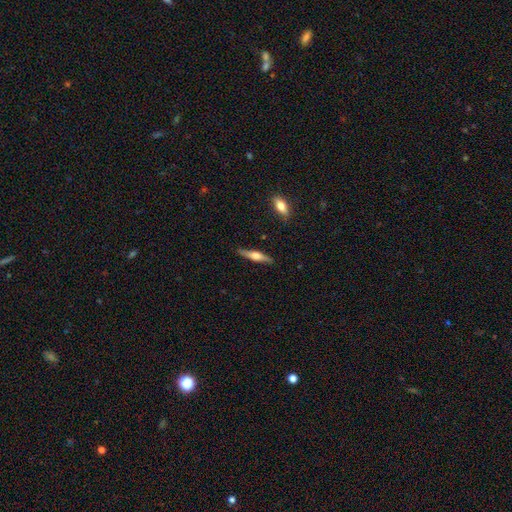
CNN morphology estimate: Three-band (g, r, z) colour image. It shows a featured or disk galaxy (57%) viewed edge-on (96%) with a rounded central bulge (82%). Merging: none (87%).